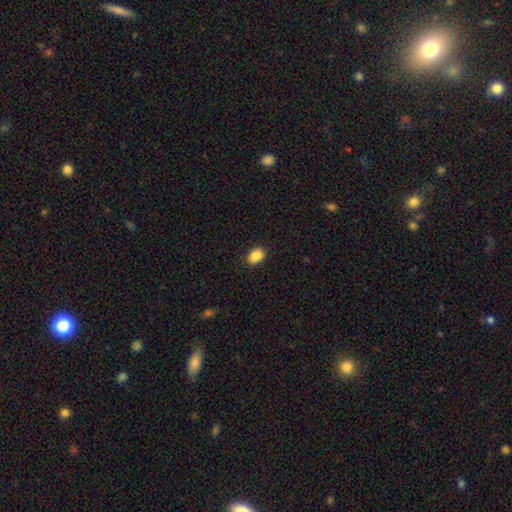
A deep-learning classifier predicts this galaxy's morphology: A smooth galaxy with no disk features (88%) that is in between round and cigar-shaped (76%).

Vote fractions:
- Smooth or featured? smooth: 88% / star or artifact: 8% / featured or disk: 4%
- How rounded? in between: 76% / round: 23% / cigar-shaped: 1%
- Merging? none: 86% / minor disturbance: 11% / major disturbance: 2% / merger: 1%